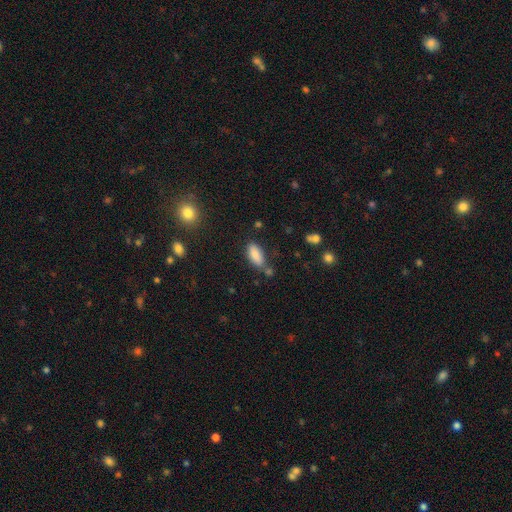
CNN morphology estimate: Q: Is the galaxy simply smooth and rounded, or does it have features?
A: smooth — 85%.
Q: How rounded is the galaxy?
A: in between — 83%.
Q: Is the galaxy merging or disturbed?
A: none — 66%.